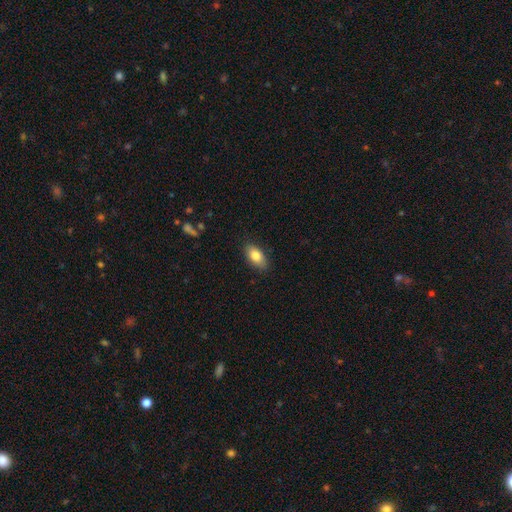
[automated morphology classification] Smooth or featured: smooth — 82% (featured or disk — 10%)
How rounded: in between — 90% (round — 5%)
Merging: none — 87% (minor disturbance — 10%)